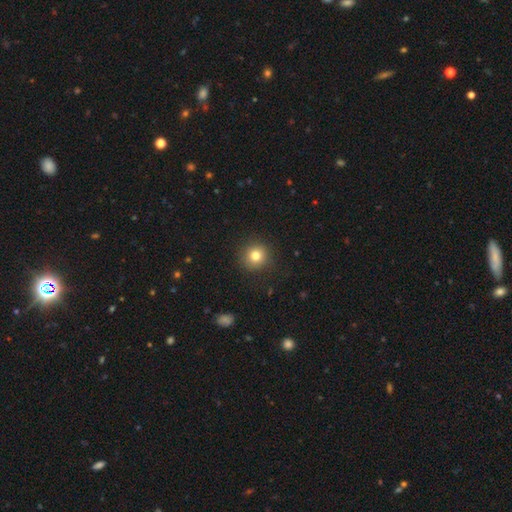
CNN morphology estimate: Smooth or featured: smooth — 80% (star or artifact — 12%)
How rounded: round — 92% (in between — 7%)
Merging: none — 90% (minor disturbance — 7%)